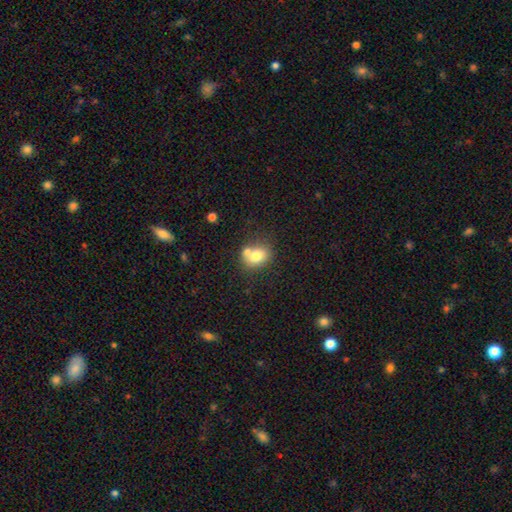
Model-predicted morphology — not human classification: type=smooth (75%); roundness=round (52%); merging=none (47%).